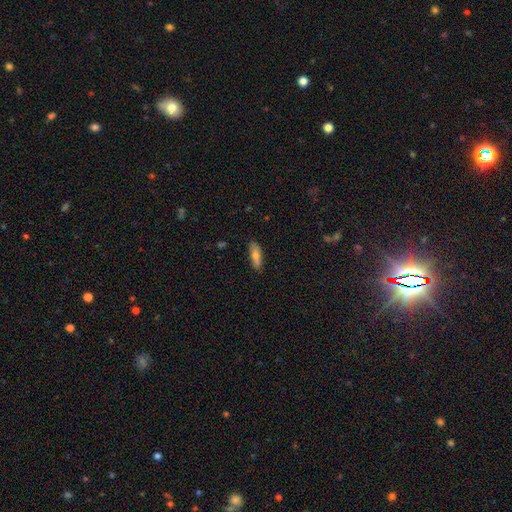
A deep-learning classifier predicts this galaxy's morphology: smooth 70%, featured or disk 23%, star or artifact 7%. Down the decision tree: how rounded — cigar-shaped (51%); merging — none (85%).